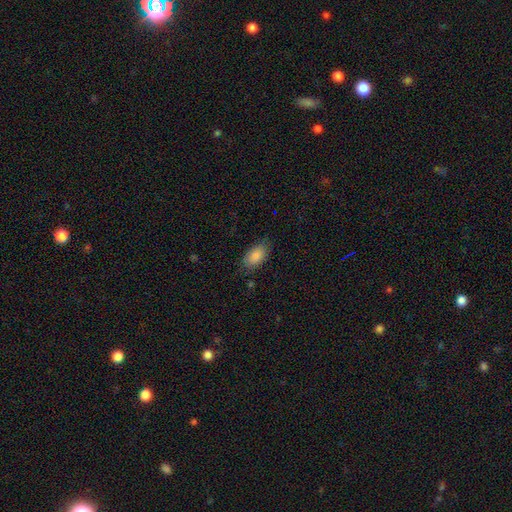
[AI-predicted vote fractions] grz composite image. It shows a smooth galaxy with no disk features (86%) that is in between round and cigar-shaped (93%). Merging: none (80%).